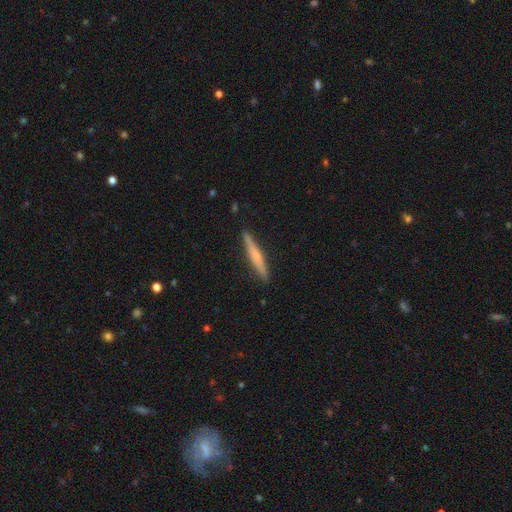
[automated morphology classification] Smooth or featured: smooth — 47% (tied with featured or disk — 47%)
Merging: none — 90% (minor disturbance — 7%)